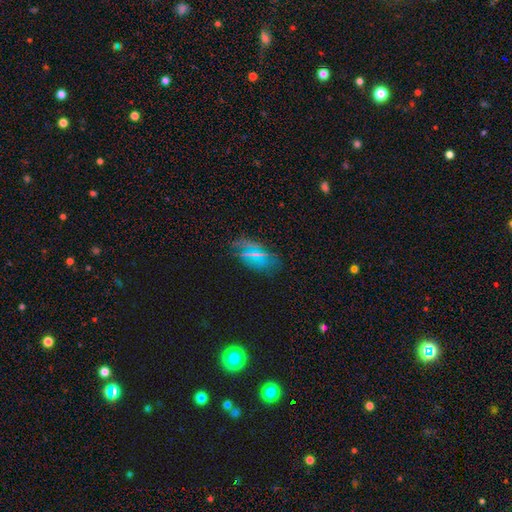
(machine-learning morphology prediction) smooth 52%, star or artifact 30%, featured or disk 18%. Down the decision tree: how rounded — in between (78%); merging — none (79%).